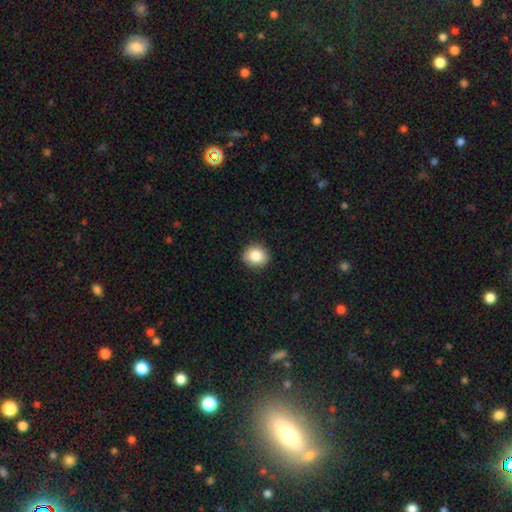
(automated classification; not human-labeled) smooth-or-featured: smooth: 85% | star or artifact: 9% | featured or disk: 6%
  how-rounded: round: 80% | in between: 19% | cigar-shaped: 1%
  merging: none: 89% | minor disturbance: 9% | major disturbance: 2% | merger: 1%